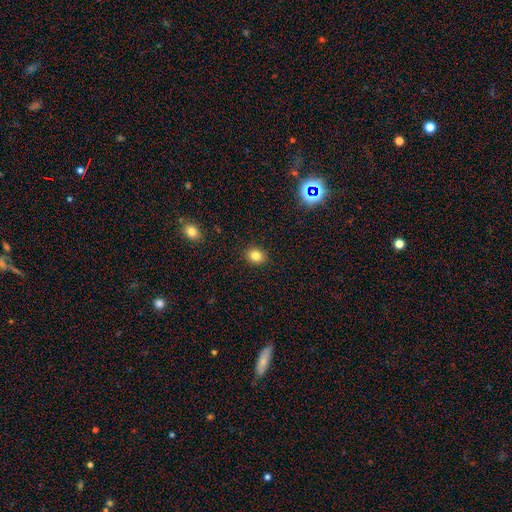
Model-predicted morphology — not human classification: smooth 82%, star or artifact 12%, featured or disk 6%. Down the decision tree: how rounded — round (59%); merging — none (90%).